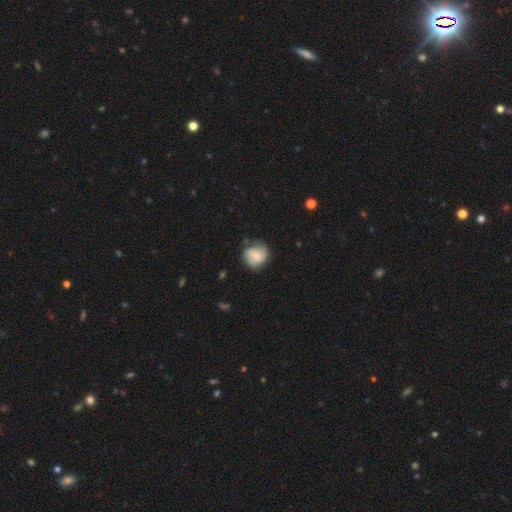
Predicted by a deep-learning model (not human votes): The model was most divided on "smooth or featured": smooth: 57%, featured or disk: 36%, star or artifact: 7%. More confident: how rounded — round (81%); merging — none (63%).